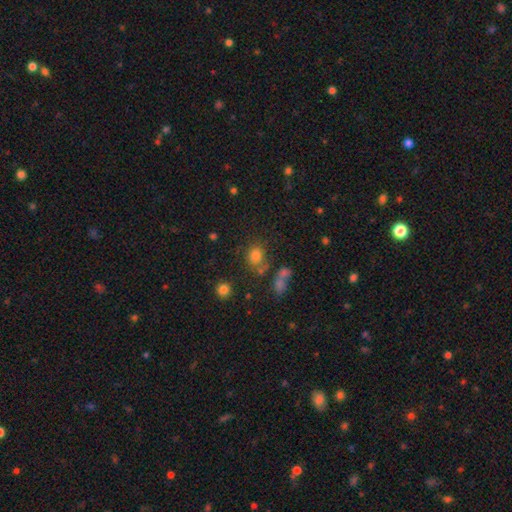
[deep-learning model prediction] smooth_or_featured: smooth (p=0.73) [alt: star or artifact p=0.19]
how_rounded: round (p=0.76) [alt: in between p=0.23]
merging: none (p=0.69) [alt: minor disturbance p=0.13]